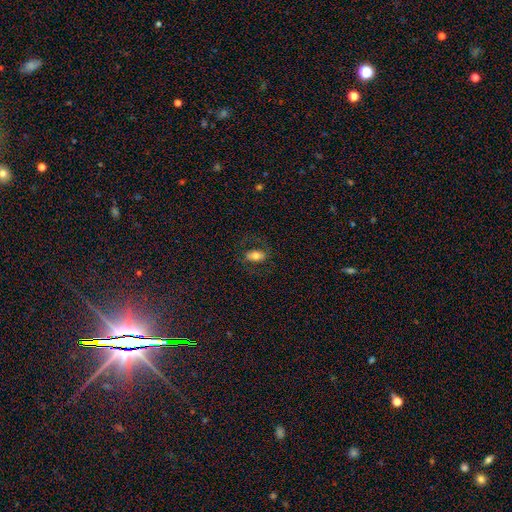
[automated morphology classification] The model was most divided on "smooth or featured": smooth: 63%, featured or disk: 27%, star or artifact: 9%. More confident: how rounded — in between (89%); merging — none (75%).